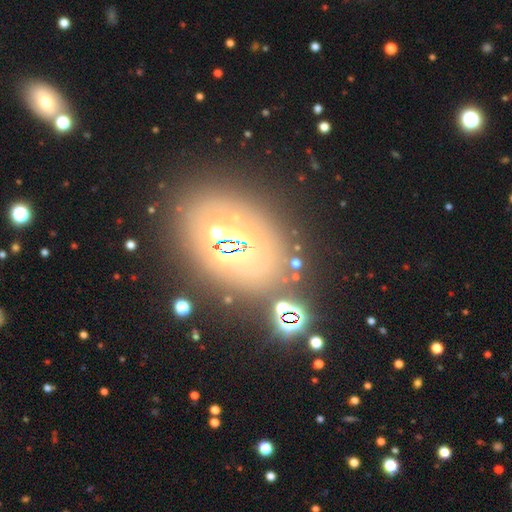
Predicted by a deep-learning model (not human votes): smooth_or_featured: star or artifact (p=0.47) [alt: smooth p=0.35]